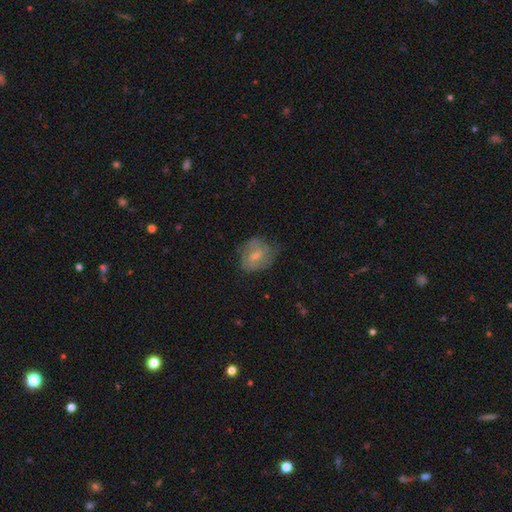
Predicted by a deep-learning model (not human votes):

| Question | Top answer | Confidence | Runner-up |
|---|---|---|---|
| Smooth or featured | featured or disk | 52% | smooth (41%) |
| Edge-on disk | no | 97% | yes (3%) |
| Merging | none | 58% | minor disturbance (28%) |